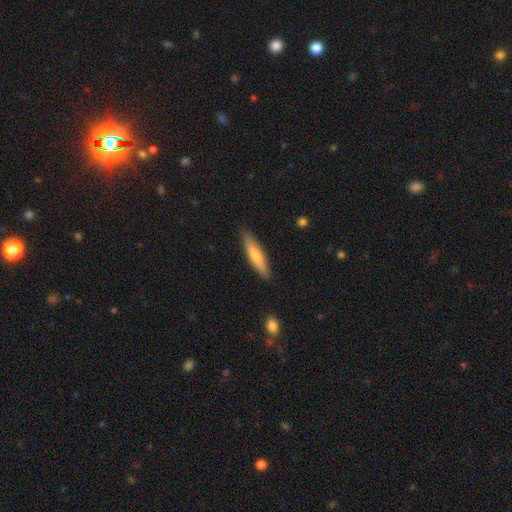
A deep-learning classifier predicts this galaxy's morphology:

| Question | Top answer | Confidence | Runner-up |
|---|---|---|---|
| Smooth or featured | smooth | 67% | featured or disk (27%) |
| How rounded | cigar-shaped | 82% | in between (16%) |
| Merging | none | 87% | minor disturbance (10%) |